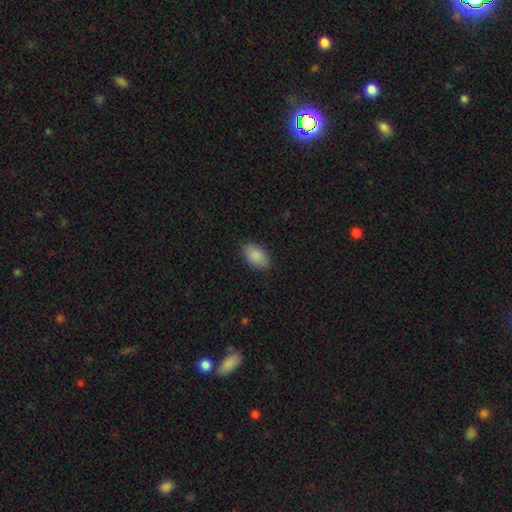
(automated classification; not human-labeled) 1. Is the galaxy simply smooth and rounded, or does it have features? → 89% smooth, 7% star or artifact, 4% featured or disk.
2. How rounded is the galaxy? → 93% in between, 6% round, 1% cigar-shaped.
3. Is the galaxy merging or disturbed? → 87% none, 10% minor disturbance, 2% major disturbance, 1% merger.